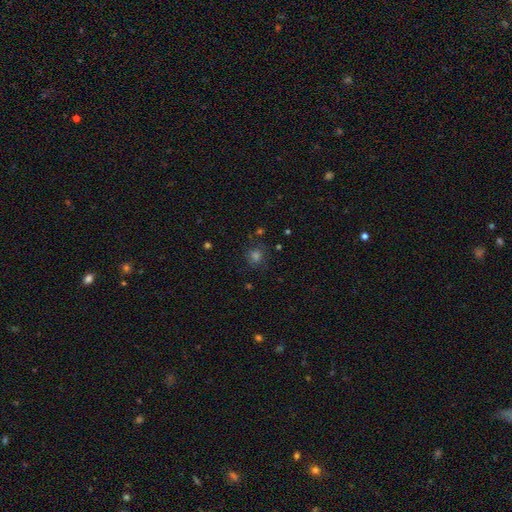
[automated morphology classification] Smooth or featured? smooth (61%)
How rounded? round (86%)
Merging? none (81%)